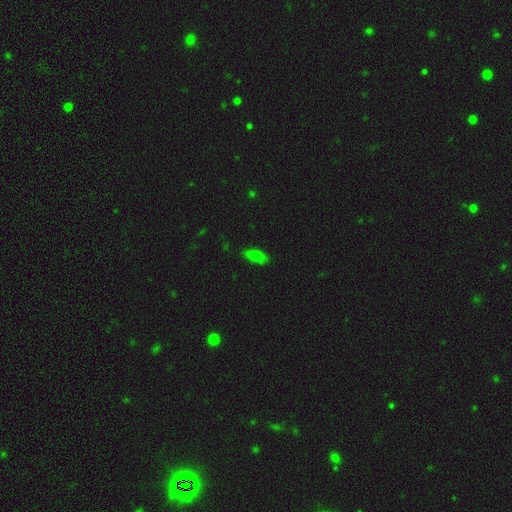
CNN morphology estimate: Smooth or featured: smooth — 71% (featured or disk — 17%)
How rounded: in between — 80% (cigar-shaped — 16%)
Merging: none — 84% (minor disturbance — 12%)